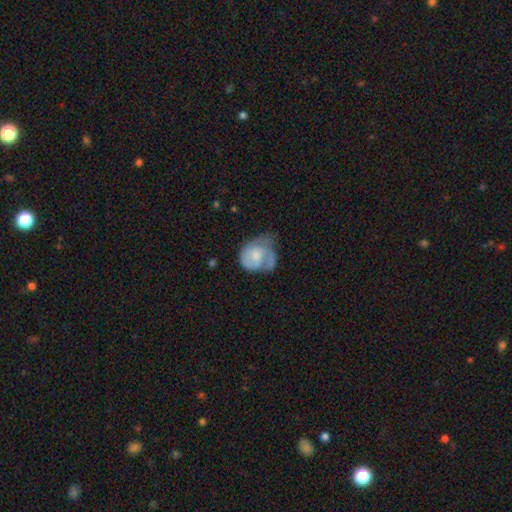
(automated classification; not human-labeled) A featured or disk galaxy (53%) with no bar (72%), spiral arms (73%) and a moderate central bulge (44%).

Vote fractions:
- Smooth or featured? featured or disk: 53% / smooth: 41% / star or artifact: 7%
- Edge-on disk? no: 98% / yes: 2%
- Bar? no: 72% / weak: 24% / strong: 3%
- Spiral arms? yes: 73% / no: 27%
- Bulge size? moderate: 44% / small: 30% / none: 13% / large: 11% / dominant: 2%
- Merging? minor disturbance: 35% / major disturbance: 31% / none: 30% / merger: 4%